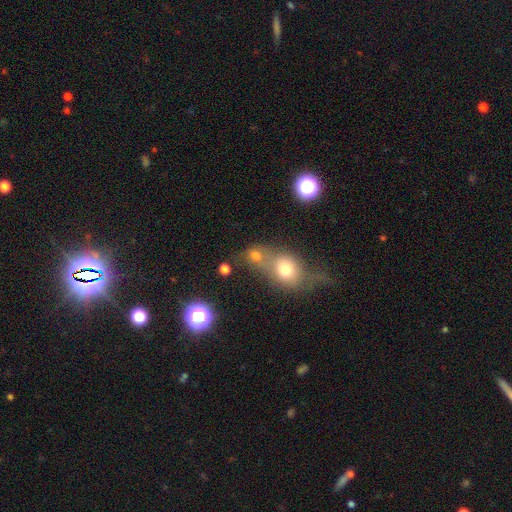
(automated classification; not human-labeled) A smooth galaxy with no disk features (71%) that is round (59%). Merging: merger (57%).